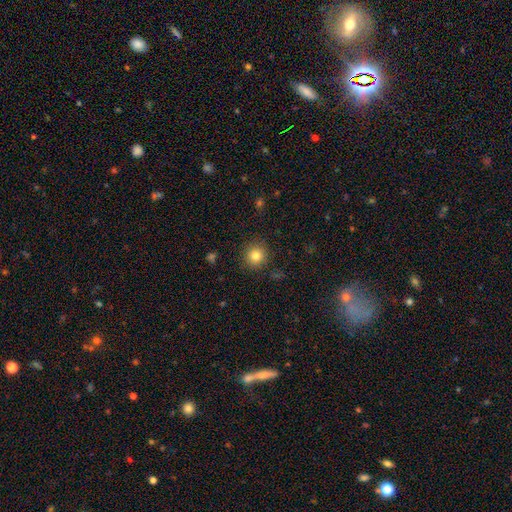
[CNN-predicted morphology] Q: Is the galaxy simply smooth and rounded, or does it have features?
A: smooth — 82%.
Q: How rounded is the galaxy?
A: round — 93%.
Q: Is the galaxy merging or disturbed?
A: none — 90%.